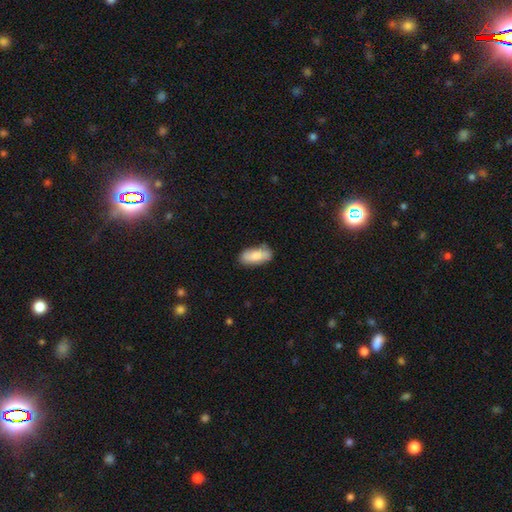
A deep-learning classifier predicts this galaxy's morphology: type=smooth (78%); roundness=in between (85%); merging=none (76%).